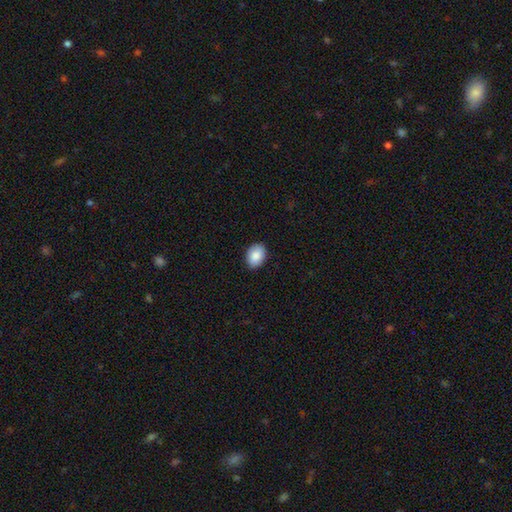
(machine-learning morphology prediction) The model was most divided on "how rounded": in between: 76%, round: 23%, cigar-shaped: 1%. More confident: merging — none (89%); smooth or featured — smooth (88%).